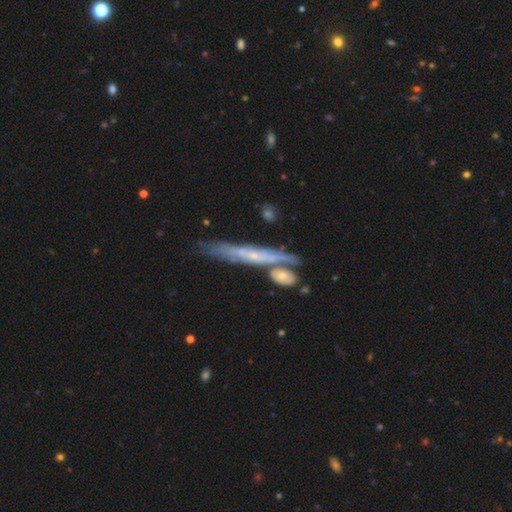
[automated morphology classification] smooth-or-featured: featured or disk: 64% | smooth: 28% | star or artifact: 8%
  disk-edge-on: yes: 75% | no: 25%
  merging: none: 58% | merger: 22% | minor disturbance: 15% | major disturbance: 6%